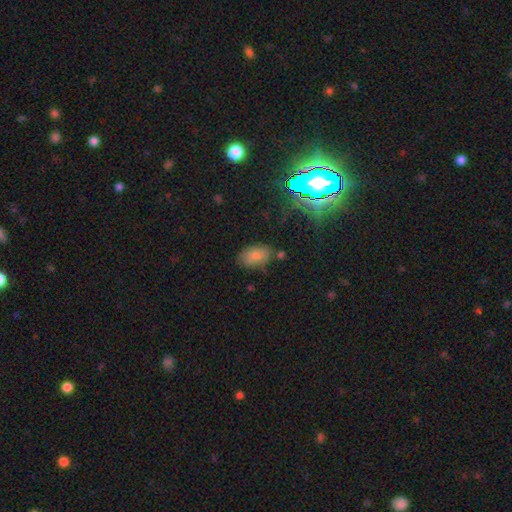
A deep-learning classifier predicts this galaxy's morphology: This appears to be a smooth galaxy with no disk features (76%) that is in between round and cigar-shaped (91%). Merging: none (70%).